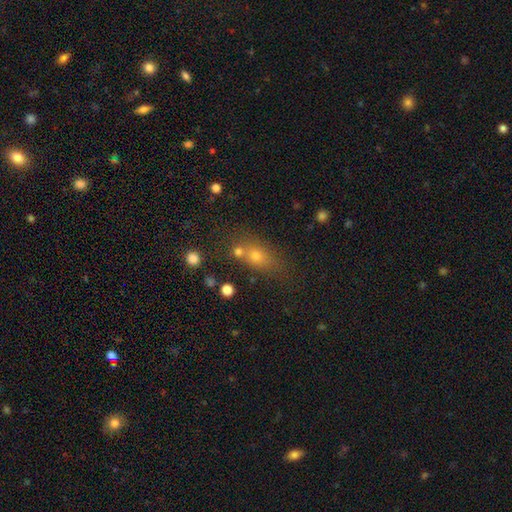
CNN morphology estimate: smooth_or_featured: smooth (p=0.66) [alt: star or artifact p=0.19]
how_rounded: in between (p=0.55) [alt: round p=0.34]
merging: none (p=0.55) [alt: merger p=0.25]